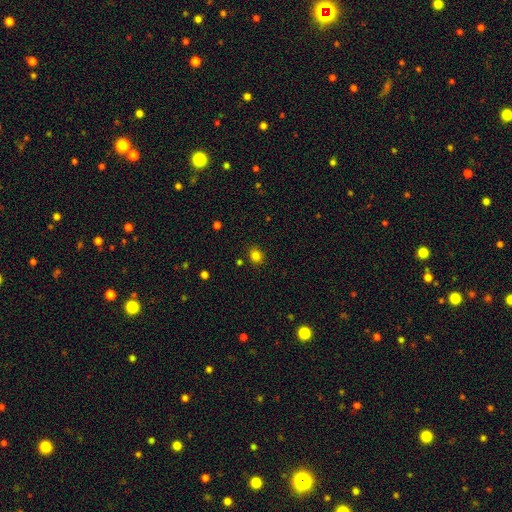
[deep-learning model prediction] Q: Smooth or featured?
A: smooth (81%); runner-up: star or artifact (14%)
Q: How rounded?
A: round (68%); runner-up: in between (32%)
Q: Merging?
A: none (87%); runner-up: minor disturbance (9%)